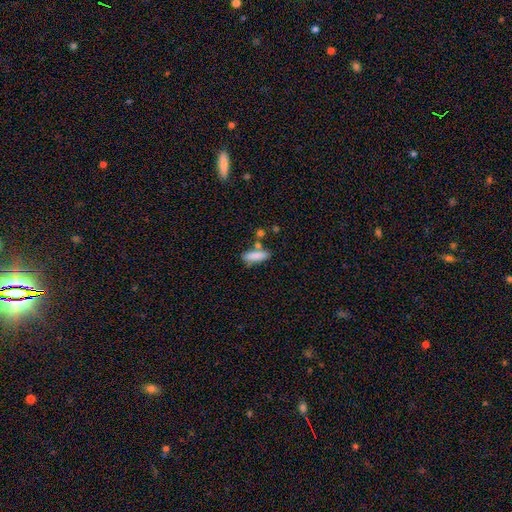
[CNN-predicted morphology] Overall: smooth (84%). How rounded: in between (51%; cigar-shaped 47%). Merging: none (65%).